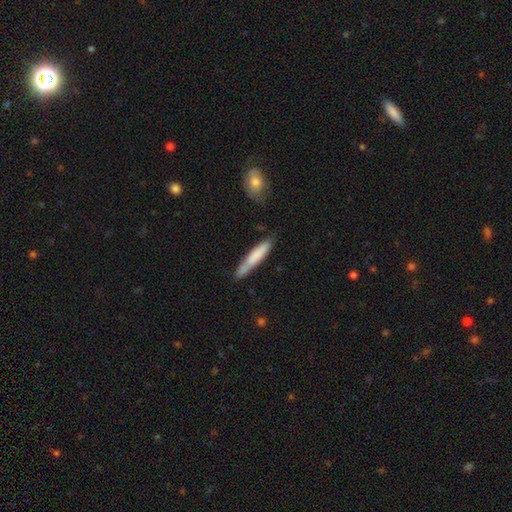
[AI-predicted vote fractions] This appears to be a smooth galaxy with no disk features (73%) that is cigar-shaped (88%). Merging: none (66%).